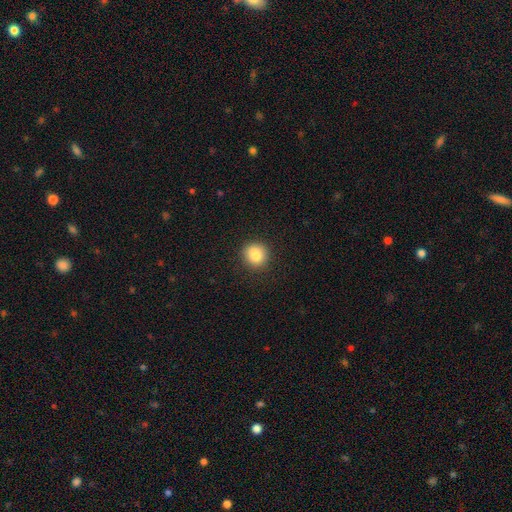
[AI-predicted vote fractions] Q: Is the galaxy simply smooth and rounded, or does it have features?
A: smooth — 84%.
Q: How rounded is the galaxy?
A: round — 90%.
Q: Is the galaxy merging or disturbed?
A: none — 89%.